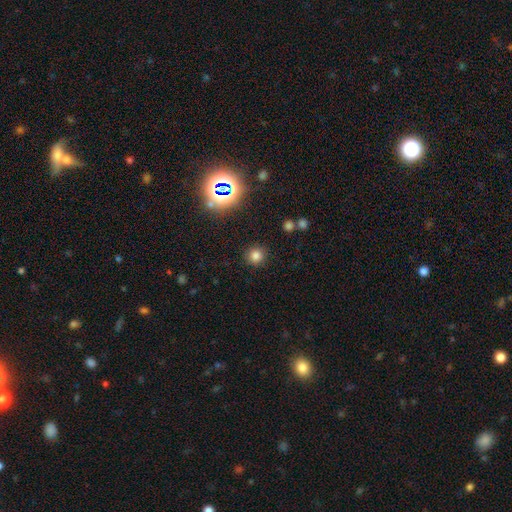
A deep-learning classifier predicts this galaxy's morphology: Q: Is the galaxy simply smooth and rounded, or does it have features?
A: smooth — 76%.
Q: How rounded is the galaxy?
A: round — 92%.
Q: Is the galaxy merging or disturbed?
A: none — 88%.